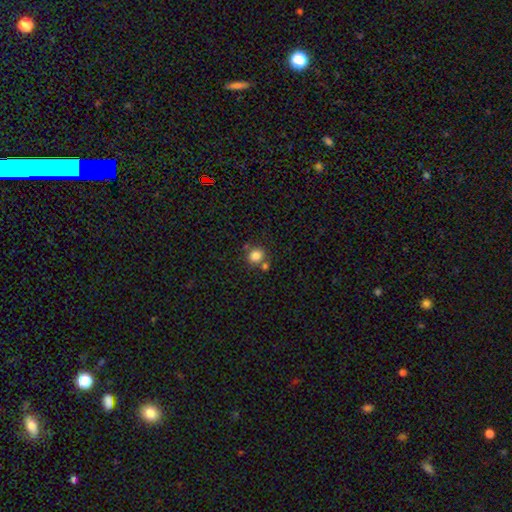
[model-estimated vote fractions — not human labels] A smooth galaxy with no disk features (83%) that is round (84%).

Vote fractions:
- Smooth or featured? smooth: 83% / star or artifact: 11% / featured or disk: 6%
- How rounded? round: 84% / in between: 15% / cigar-shaped: 1%
- Merging? none: 69% / merger: 18% / minor disturbance: 10% / major disturbance: 3%